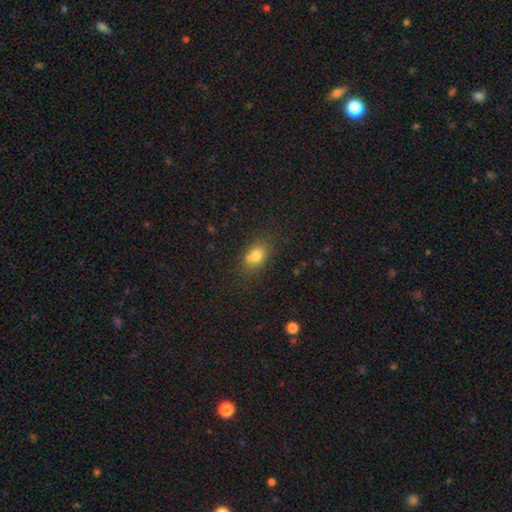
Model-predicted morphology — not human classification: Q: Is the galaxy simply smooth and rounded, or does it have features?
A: smooth — 76%.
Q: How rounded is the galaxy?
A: in between — 70%.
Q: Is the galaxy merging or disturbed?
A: none — 61%.